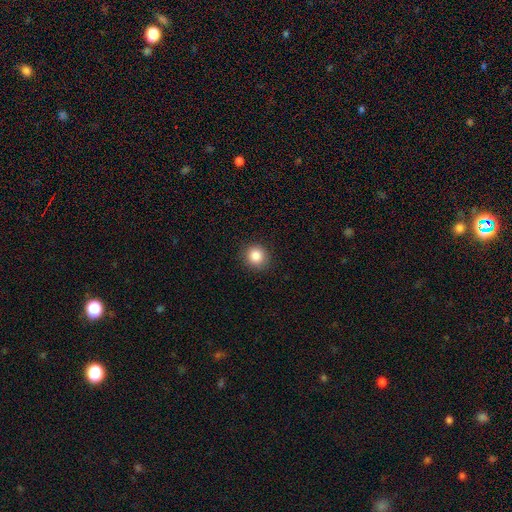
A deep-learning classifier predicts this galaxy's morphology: A smooth galaxy with no disk features (86%) that is round (90%). Merging: none (90%).